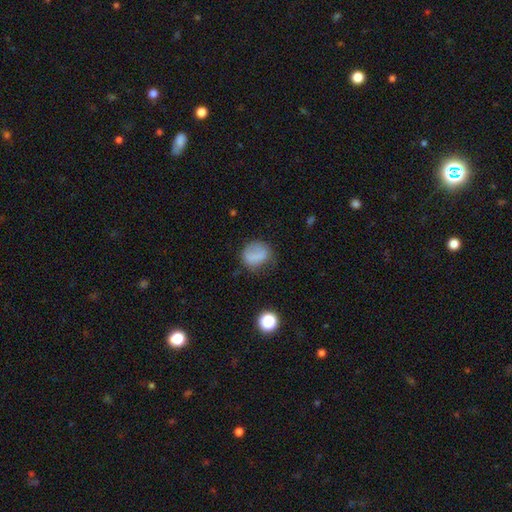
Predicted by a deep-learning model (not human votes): Morphology: type=smooth (75%); roundness=round (65%); merging=none (57%).